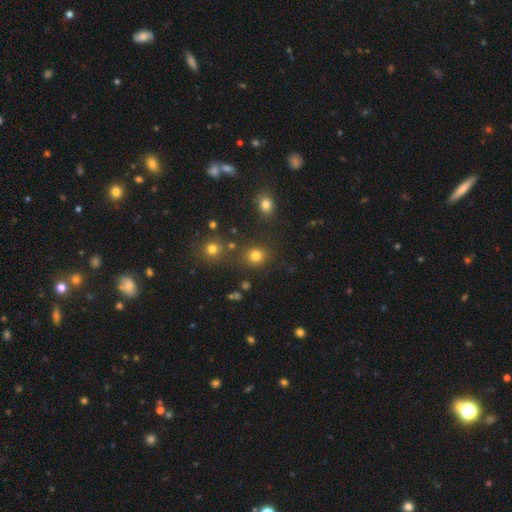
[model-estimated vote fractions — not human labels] Smooth or featured? Predicted: smooth (p=0.79). How rounded? Predicted: round (p=0.83). Merging? Predicted: none (p=0.81).